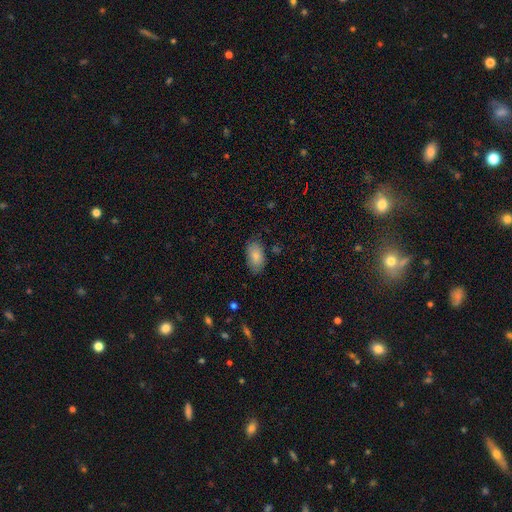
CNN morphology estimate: Smooth or featured? smooth (85%)
How rounded? in between (93%)
Merging? none (79%)